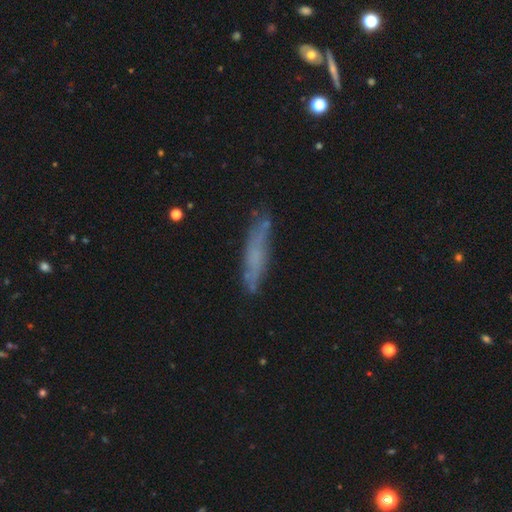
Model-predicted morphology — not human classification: smooth-or-featured: smooth: 51% | featured or disk: 38% | star or artifact: 11%
  how-rounded: cigar-shaped: 82% | in between: 16% | round: 2%
  merging: none: 76% | minor disturbance: 17% | major disturbance: 5% | merger: 2%